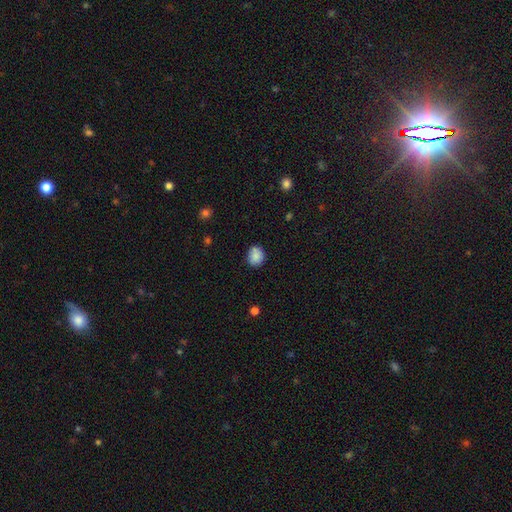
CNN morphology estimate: The model was most divided on "how rounded": round: 75%, in between: 24%, cigar-shaped: 1%. More confident: smooth or featured — smooth (85%); merging — none (77%).